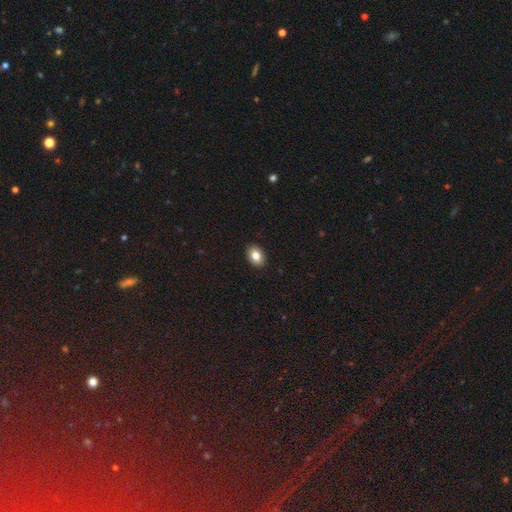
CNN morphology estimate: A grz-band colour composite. It shows a smooth galaxy with no disk features (82%) that is in between round and cigar-shaped (72%). Merging: none (91%).